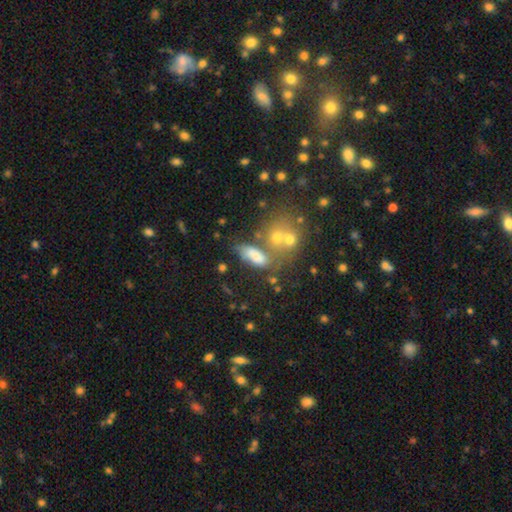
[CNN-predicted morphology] The model was most divided on "merging": none: 37%, merger: 34%, minor disturbance: 17%, major disturbance: 12%. More confident: how rounded — in between (74%); smooth or featured — smooth (64%).